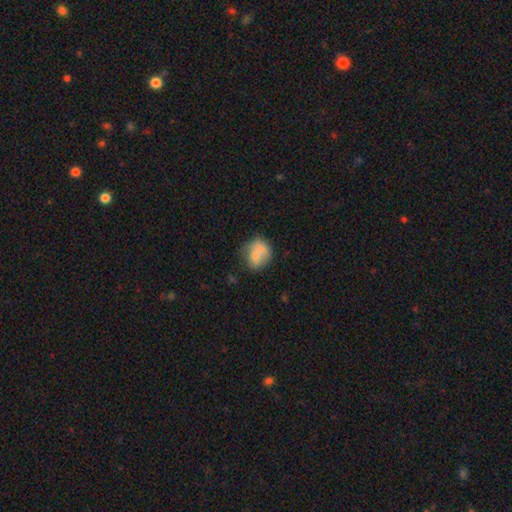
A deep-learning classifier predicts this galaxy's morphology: Smooth or featured? smooth (66%)
How rounded? round (69%)
Merging? merger (42%)